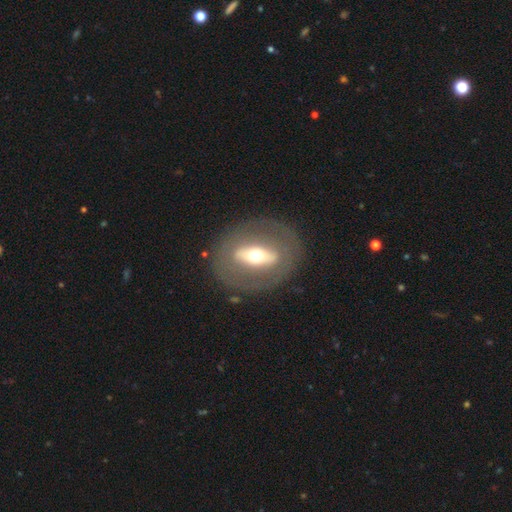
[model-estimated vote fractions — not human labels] Overall: featured or disk (60%; smooth 33%). Edge-on disk: no (78%). Merging: none (79%).